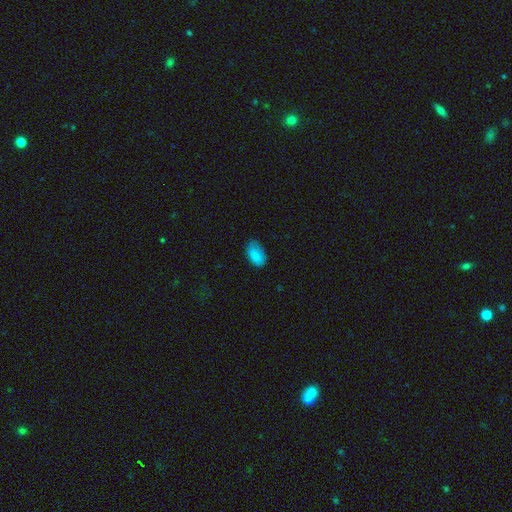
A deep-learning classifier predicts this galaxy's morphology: Smooth or featured? Predicted: smooth (p=0.85). How rounded? Predicted: in between (p=0.94). Merging? Predicted: none (p=0.71).